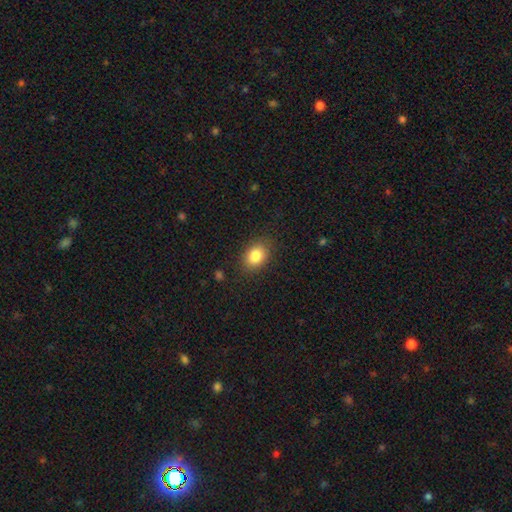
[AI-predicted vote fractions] smooth_or_featured: smooth (p=0.84) [alt: star or artifact p=0.09]
how_rounded: in between (p=0.69) [alt: round p=0.29]
merging: none (p=0.85) [alt: minor disturbance p=0.11]